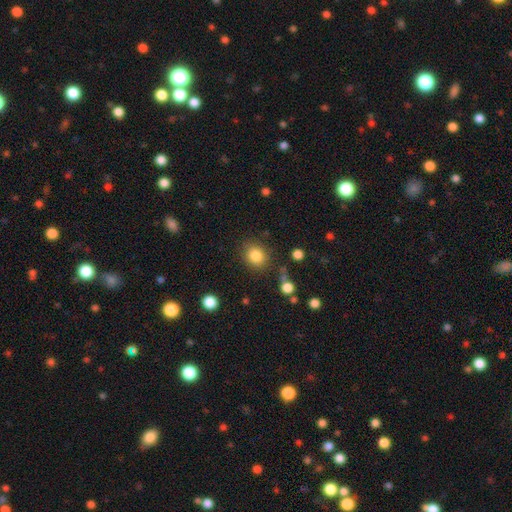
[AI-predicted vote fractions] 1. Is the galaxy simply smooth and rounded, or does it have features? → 84% smooth, 10% star or artifact, 6% featured or disk.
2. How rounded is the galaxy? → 73% round, 26% in between, 1% cigar-shaped.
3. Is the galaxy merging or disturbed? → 82% none, 10% minor disturbance, 4% merger, 4% major disturbance.